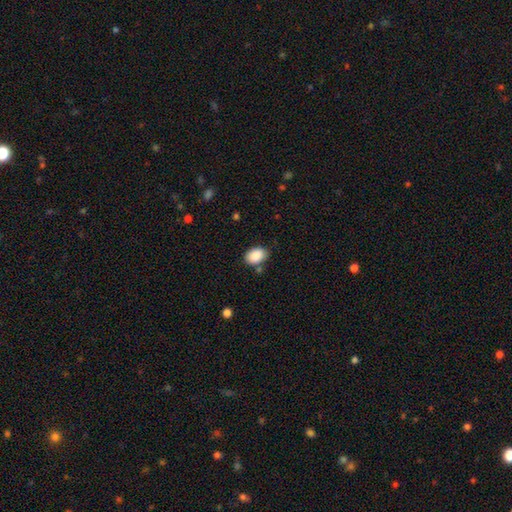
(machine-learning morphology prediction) Q: Smooth or featured?
A: smooth (89%); runner-up: star or artifact (7%)
Q: How rounded?
A: in between (84%); runner-up: round (15%)
Q: Merging?
A: none (78%); runner-up: minor disturbance (14%)